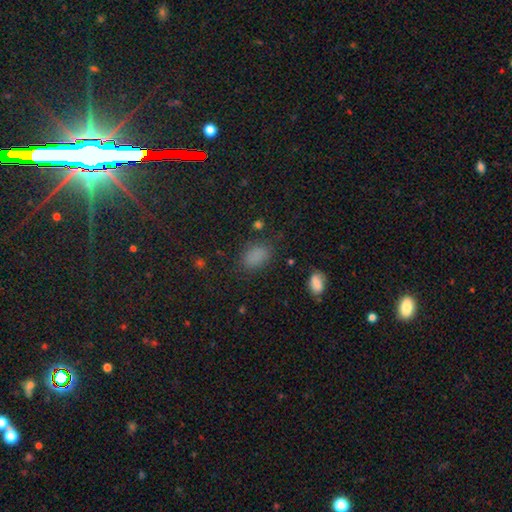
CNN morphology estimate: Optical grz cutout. It shows a smooth galaxy with no disk features (81%) that is in between round and cigar-shaped (84%). Merging: none (78%).